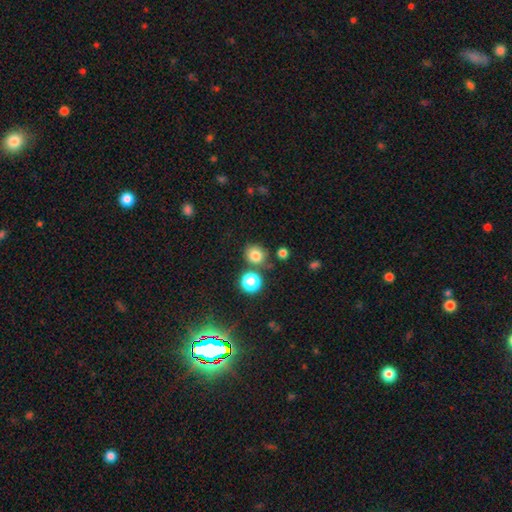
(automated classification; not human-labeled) Morphology: type=smooth (79%); roundness=round (84%); merging=none (73%).